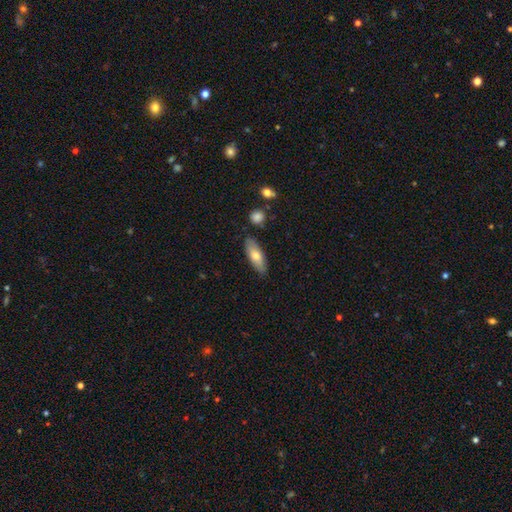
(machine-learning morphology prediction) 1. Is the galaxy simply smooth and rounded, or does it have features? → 70% smooth, 24% featured or disk, 6% star or artifact.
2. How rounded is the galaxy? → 68% in between, 29% cigar-shaped, 2% round.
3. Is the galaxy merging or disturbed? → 83% none, 12% minor disturbance, 3% merger, 2% major disturbance.